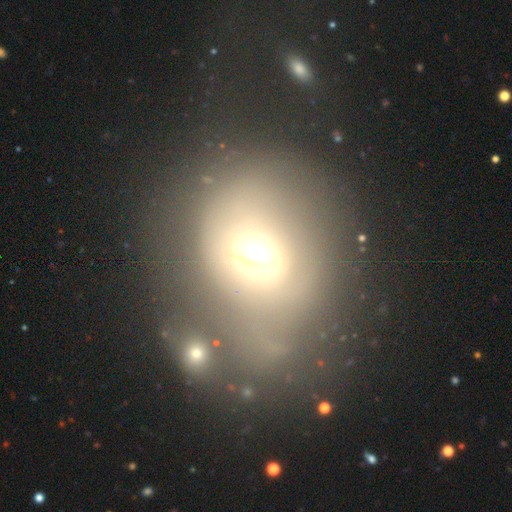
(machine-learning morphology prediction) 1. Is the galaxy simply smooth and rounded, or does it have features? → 57% smooth, 27% featured or disk, 16% star or artifact.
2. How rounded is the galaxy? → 49% in between (tied), 49% round (tied), 2% cigar-shaped.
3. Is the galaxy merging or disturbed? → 36% none, 24% merger, 22% major disturbance, 18% minor disturbance.